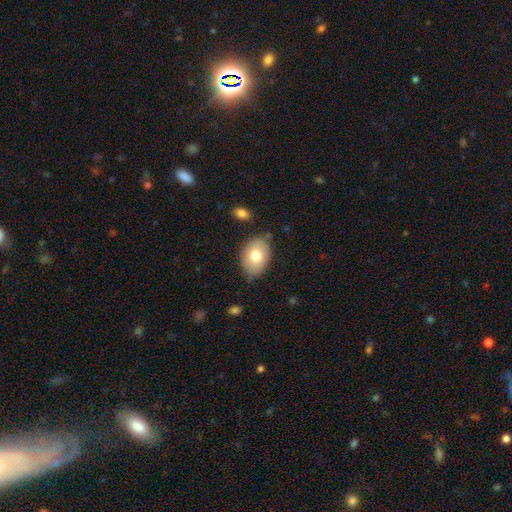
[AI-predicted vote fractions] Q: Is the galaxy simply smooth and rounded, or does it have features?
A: smooth — 76%.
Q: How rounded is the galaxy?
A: in between — 82%.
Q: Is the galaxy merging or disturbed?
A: none — 76%.